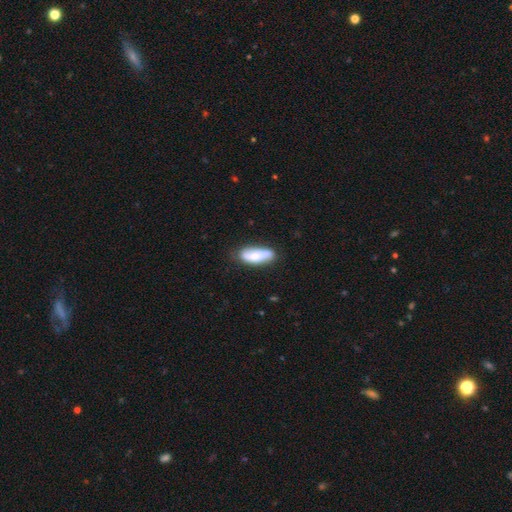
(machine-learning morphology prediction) Smooth or featured? smooth (69%)
How rounded? in between (70%)
Merging? none (73%)